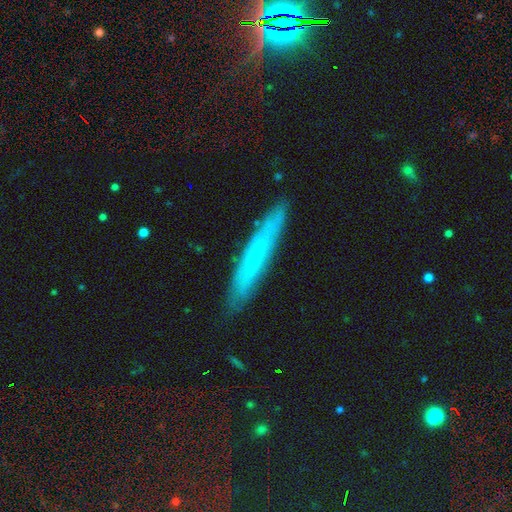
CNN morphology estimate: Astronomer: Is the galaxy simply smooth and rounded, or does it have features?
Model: smooth — 48% (runner-up: featured or disk, 41%).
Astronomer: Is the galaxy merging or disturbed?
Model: none — 86%.